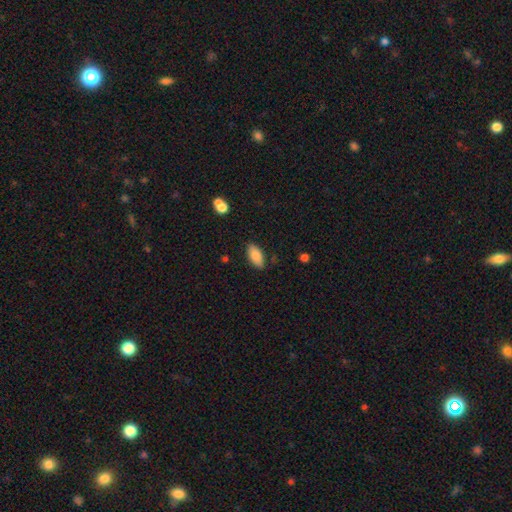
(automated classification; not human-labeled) smooth 85%, featured or disk 8%, star or artifact 7%. Down the decision tree: how rounded — in between (90%); merging — none (85%).